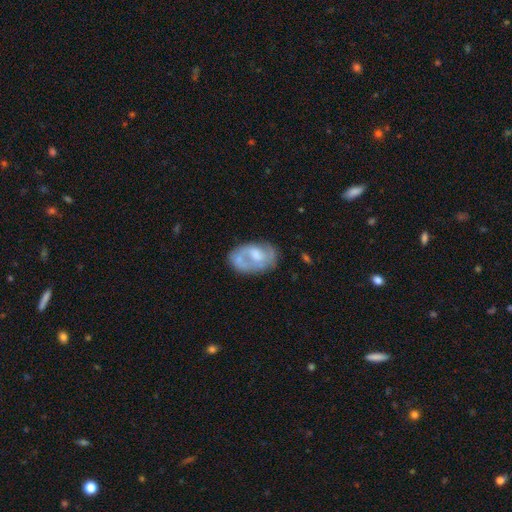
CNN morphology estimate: type=featured or disk (60%); edge-on=no (96%); bar=no (63%); spiral arms=yes (60%); bulge=moderate (42%); merging=none (50%).